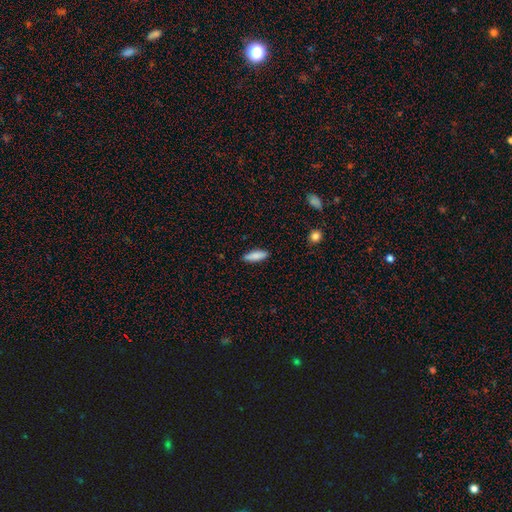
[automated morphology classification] The model was most divided on "how rounded": in between: 50%, cigar-shaped: 48%, round: 2%. More confident: merging — none (89%); smooth or featured — smooth (86%).